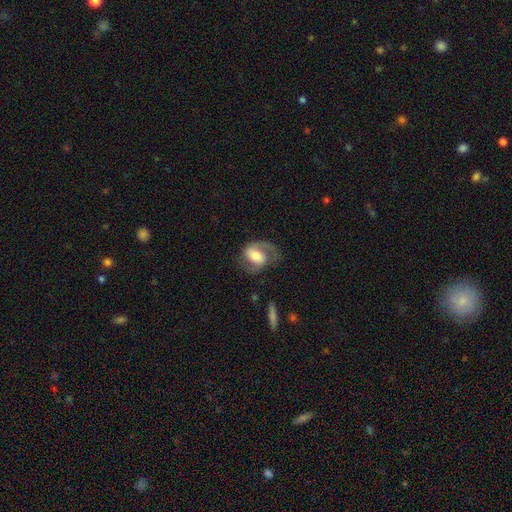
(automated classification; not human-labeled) Smooth or featured?
  - featured or disk: 70% *
  - smooth: 23%
  - star or artifact: 6%
Edge-on disk?
  - no: 97% *
  - yes: 3%
Bar?
  - weak: 43% *
  - no: 35%
  - strong: 23%
Spiral arms?
  - yes: 91% *
  - no: 9%
Spiral winding?
  - medium: 50% *
  - loose: 27%
  - tight: 23%
Spiral arm count?
  - 2: 72% *
  - 1: 20%
  - can't tell: 5%
  - 3: 1%
  - 4: 1%
  - more than 4: 1%
Bulge size?
  - moderate: 55% *
  - large: 26%
  - small: 13%
  - dominant: 3%
  - none: 3%
Merging?
  - none: 60% *
  - minor disturbance: 21%
  - major disturbance: 18%
  - merger: 2%